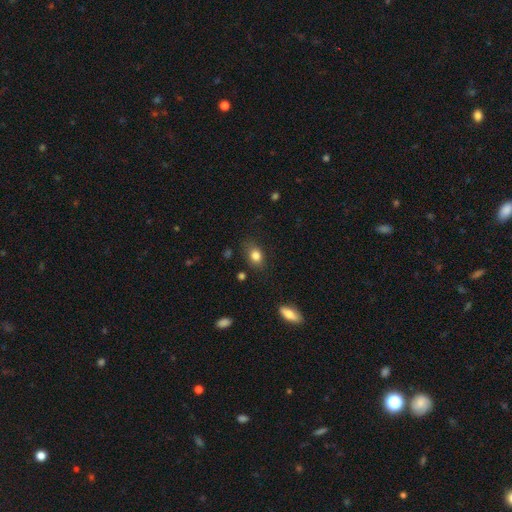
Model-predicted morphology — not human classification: type=smooth (83%); roundness=in between (68%); merging=none (74%).